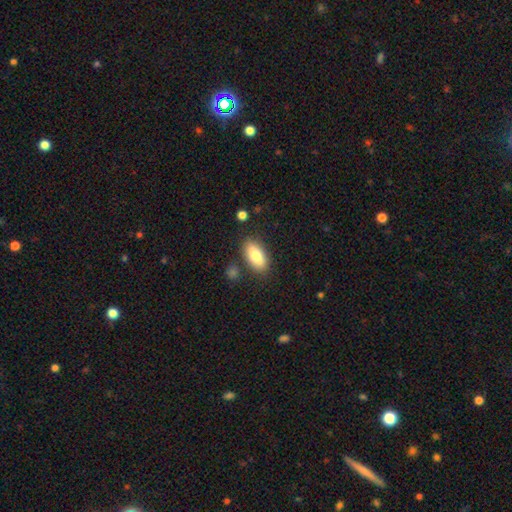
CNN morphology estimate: A smooth galaxy with no disk features (81%) that is in between round and cigar-shaped (87%). Merging: none (83%).